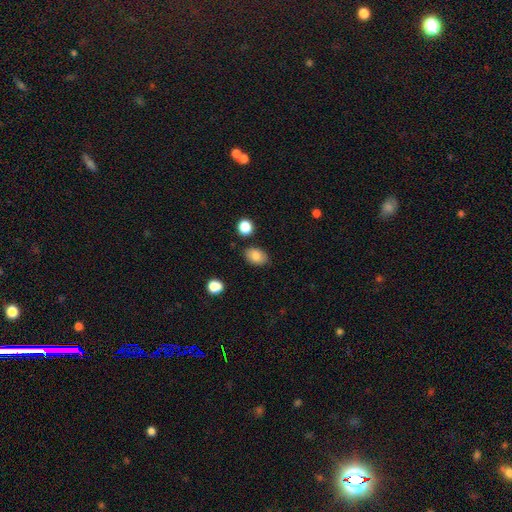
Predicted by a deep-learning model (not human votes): This appears to be a smooth galaxy with no disk features (82%) that is in between round and cigar-shaped (83%). Merging: none (84%).